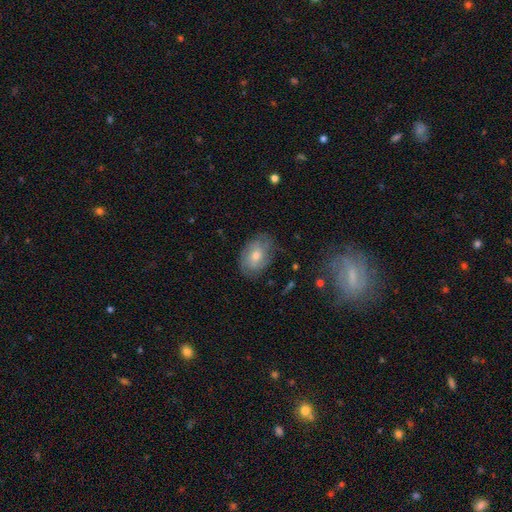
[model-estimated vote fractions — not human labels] A featured or disk galaxy (49%). Merging: none (73%).